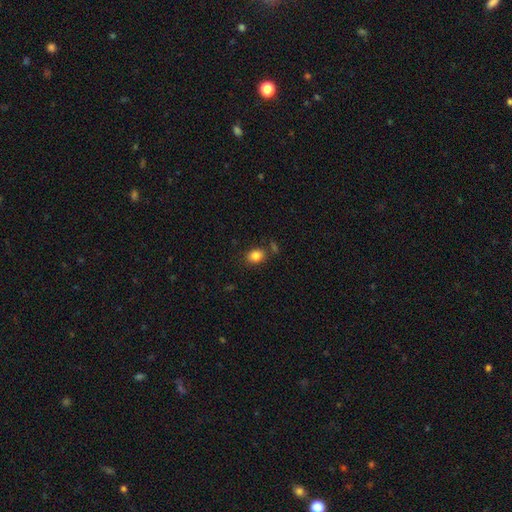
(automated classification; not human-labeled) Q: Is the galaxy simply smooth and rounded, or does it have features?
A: smooth — 84%.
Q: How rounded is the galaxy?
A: in between — 54%.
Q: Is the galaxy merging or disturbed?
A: none — 76%.